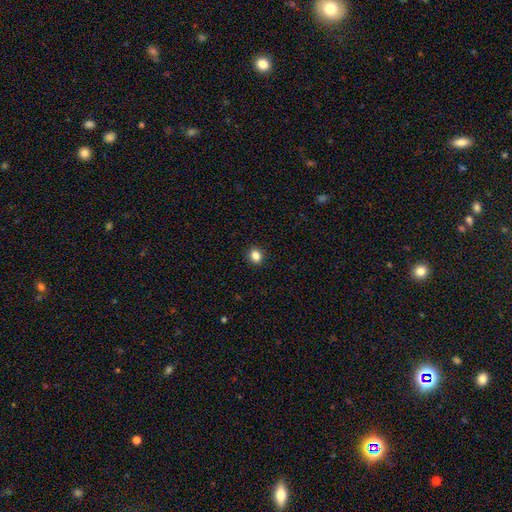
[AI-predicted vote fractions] Smooth or featured: smooth — 84% (star or artifact — 12%)
How rounded: round — 76% (in between — 23%)
Merging: none — 92% (minor disturbance — 5%)